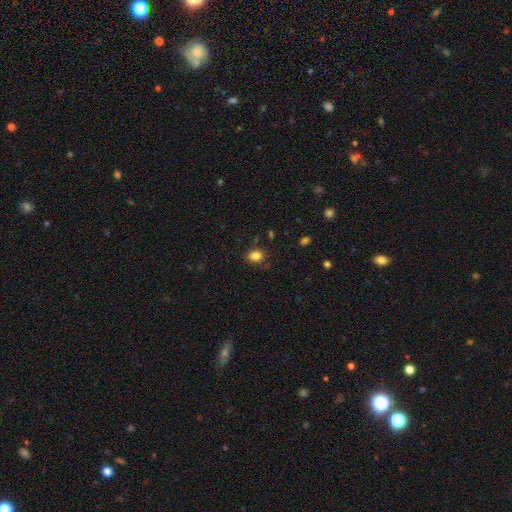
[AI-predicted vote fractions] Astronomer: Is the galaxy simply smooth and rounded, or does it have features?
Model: smooth — 84%.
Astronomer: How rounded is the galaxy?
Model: in between — 54% (runner-up: round, 45%).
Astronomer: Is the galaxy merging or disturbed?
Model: none — 82%.